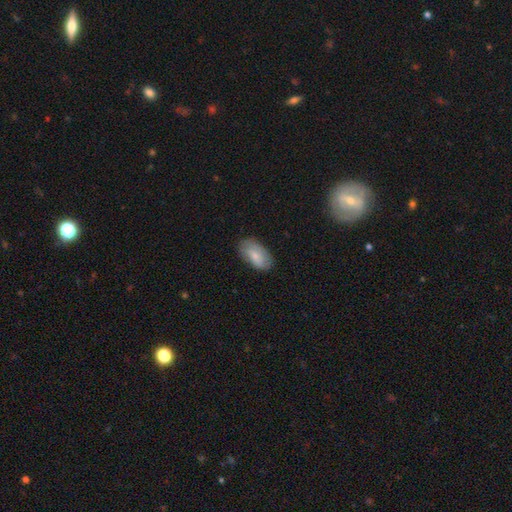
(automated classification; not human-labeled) Smooth or featured?
  - smooth: 76% *
  - featured or disk: 18%
  - star or artifact: 6%
How rounded?
  - in between: 94% *
  - round: 3%
  - cigar-shaped: 3%
Merging?
  - none: 77% *
  - minor disturbance: 18%
  - major disturbance: 4%
  - merger: 1%